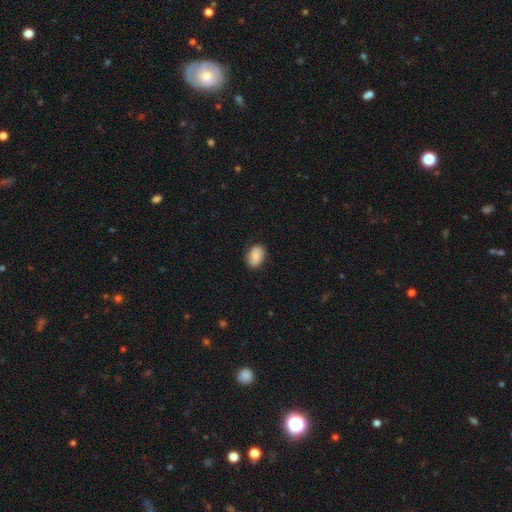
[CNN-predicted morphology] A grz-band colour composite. It shows a smooth galaxy with no disk features (83%) that is in between round and cigar-shaped (84%). Merging: none (84%).